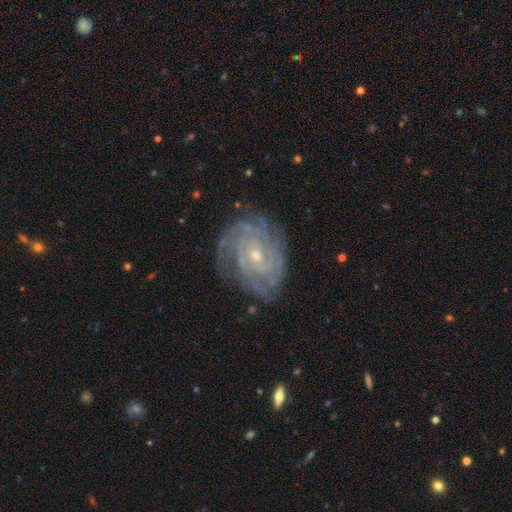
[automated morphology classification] Overall: featured or disk (88%). Edge-on disk: no (97%). Bar: no (62%; weak 31%). Spiral arms: yes (97%). Spiral arm count: can't tell (32%; 4 20%). Spiral winding: tight (77%). Bulge size: small (64%; moderate 34%). Merging: none (76%).